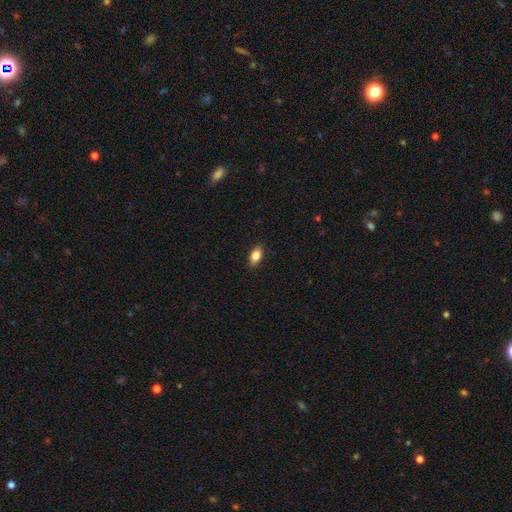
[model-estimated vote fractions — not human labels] A smooth galaxy with no disk features (82%) that is in between round and cigar-shaped (89%). Merging: none (89%).